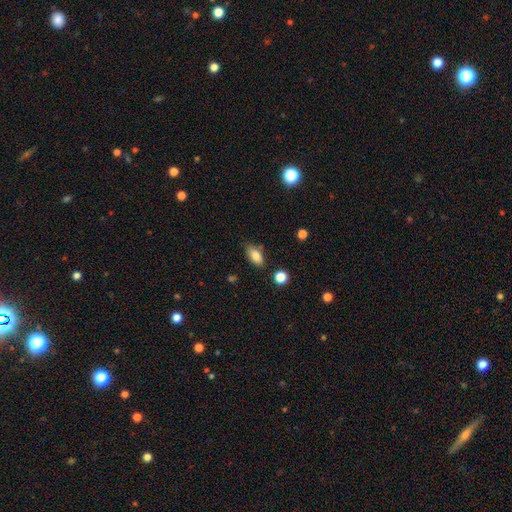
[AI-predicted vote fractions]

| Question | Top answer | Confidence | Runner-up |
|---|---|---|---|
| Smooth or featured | smooth | 82% | featured or disk (9%) |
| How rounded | in between | 85% | cigar-shaped (10%) |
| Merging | none | 72% | minor disturbance (20%) |